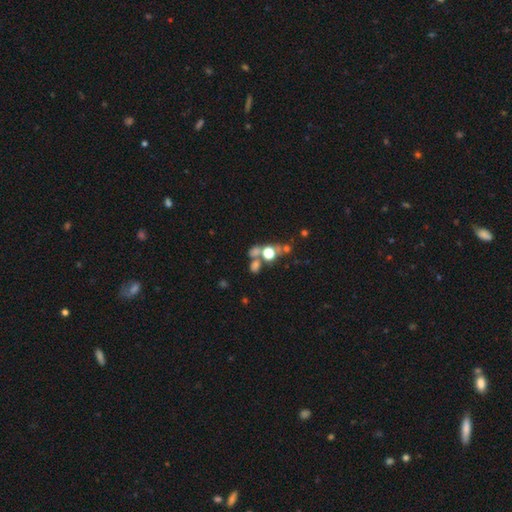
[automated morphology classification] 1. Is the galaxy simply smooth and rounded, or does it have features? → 42% smooth, 35% star or artifact, 23% featured or disk.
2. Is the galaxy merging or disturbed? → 48% none, 34% merger, 9% minor disturbance, 8% major disturbance.